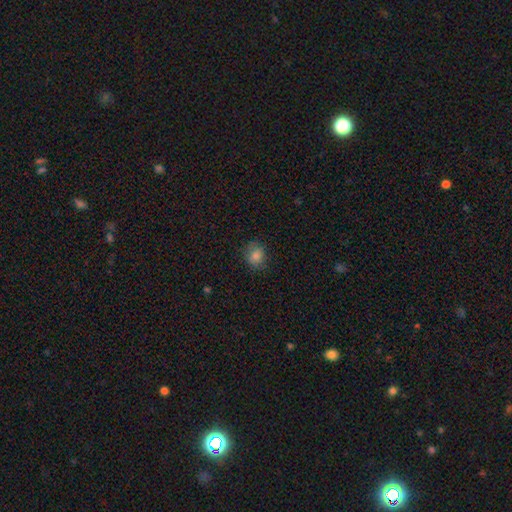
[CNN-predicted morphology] The model was most divided on "how rounded": round: 64%, in between: 35%, cigar-shaped: 1%. More confident: merging — none (80%); smooth or featured — smooth (80%).